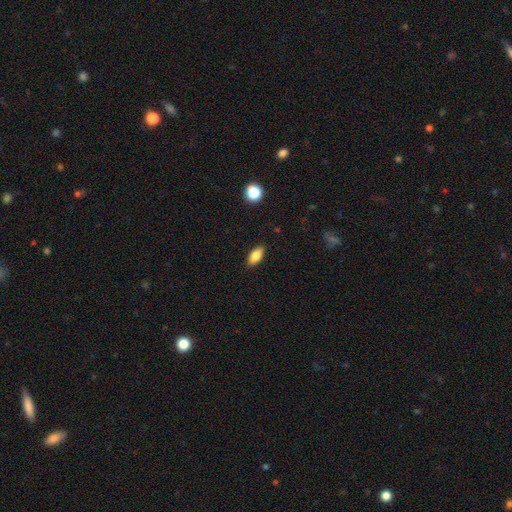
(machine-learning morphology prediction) Smooth or featured? smooth (82%)
How rounded? in between (85%)
Merging? none (88%)